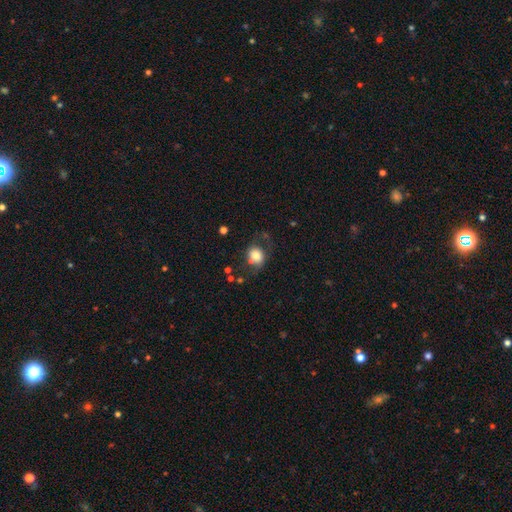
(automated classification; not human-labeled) Smooth or featured: smooth — 71% (featured or disk — 20%)
How rounded: round — 59% (in between — 40%)
Merging: none — 51% (minor disturbance — 24%)